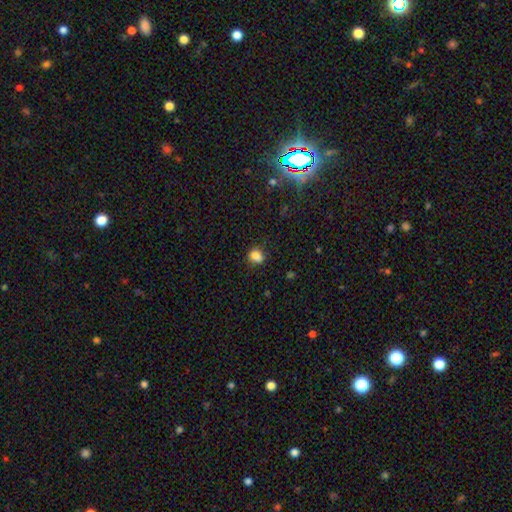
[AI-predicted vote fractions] Overall: smooth (82%). How rounded: in between (52%; round 47%). Merging: none (65%).